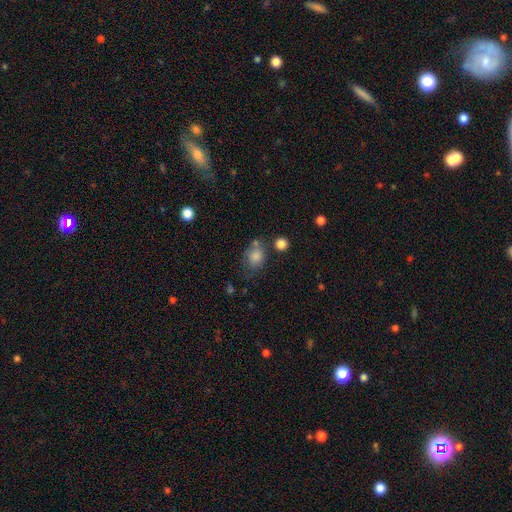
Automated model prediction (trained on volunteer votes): smooth-or-featured: smooth: 81% | star or artifact: 10% | featured or disk: 8%
  how-rounded: round: 53% | in between: 45% | cigar-shaped: 1%
  merging: none: 53% | minor disturbance: 22% | merger: 15% | major disturbance: 10%